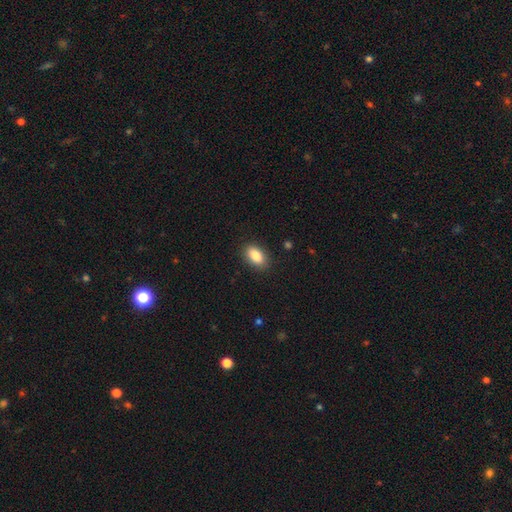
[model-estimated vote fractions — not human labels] Smooth or featured?
  - smooth: 86% *
  - star or artifact: 8%
  - featured or disk: 7%
How rounded?
  - in between: 90% *
  - round: 7%
  - cigar-shaped: 3%
Merging?
  - none: 88% *
  - minor disturbance: 9%
  - major disturbance: 2%
  - merger: 1%